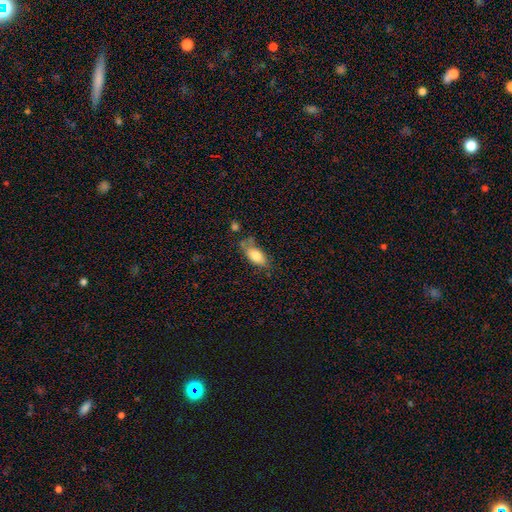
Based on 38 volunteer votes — A smooth galaxy with no disk features (76%) that is in between round and cigar-shaped (97%). Merging: none (41%).